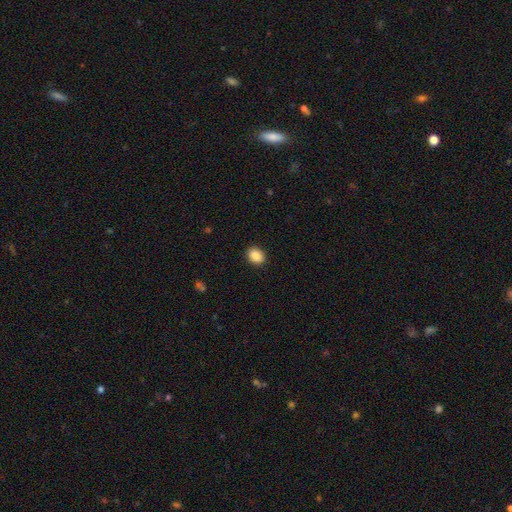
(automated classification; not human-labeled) Smooth or featured? Predicted: smooth (p=0.88). How rounded? Predicted: in between (p=0.60). Merging? Predicted: none (p=0.89).